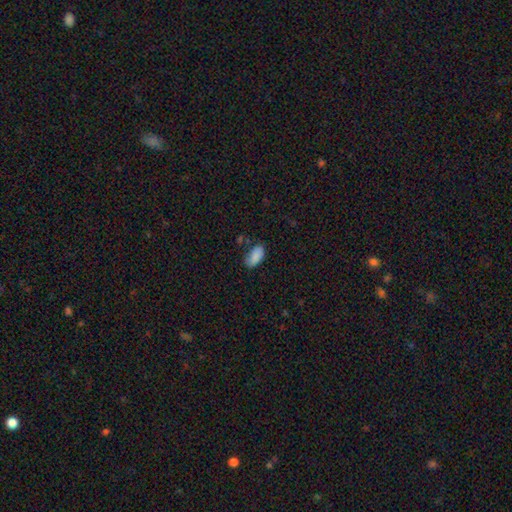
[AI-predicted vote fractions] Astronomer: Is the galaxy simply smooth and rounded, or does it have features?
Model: smooth — 88%.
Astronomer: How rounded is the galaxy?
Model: in between — 93%.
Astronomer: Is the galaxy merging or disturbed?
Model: none — 73%.